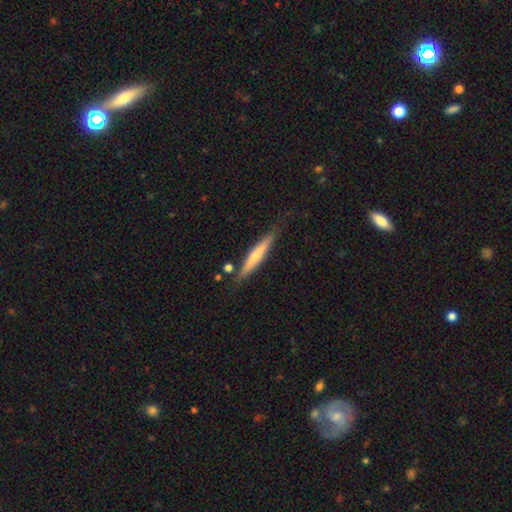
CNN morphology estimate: This appears to be a smooth galaxy with no disk features (51%) that is cigar-shaped (93%). Merging: none (80%).